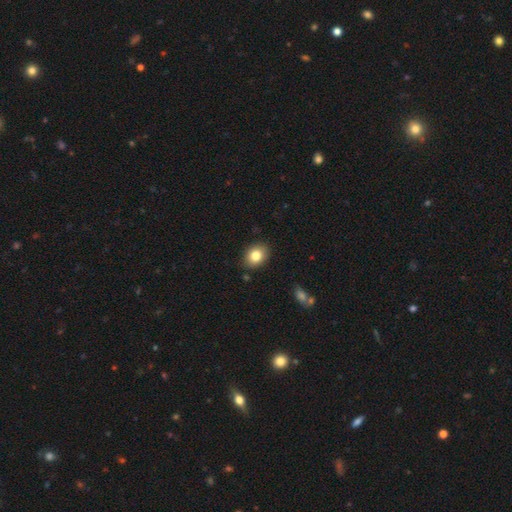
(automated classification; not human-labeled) smooth 82%, star or artifact 9%, featured or disk 9%. Down the decision tree: how rounded — in between (60%); merging — none (87%).